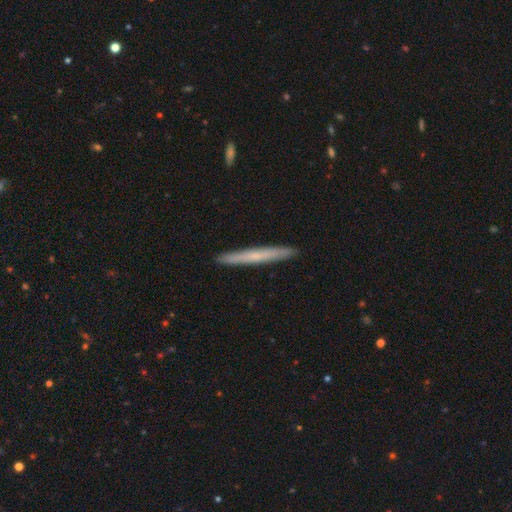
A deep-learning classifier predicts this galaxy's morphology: smooth-or-featured: smooth: 53% | featured or disk: 42% | star or artifact: 5%
  how-rounded: cigar-shaped: 97% | in between: 2% | round: 1%
  merging: none: 93% | minor disturbance: 5% | major disturbance: 1% | merger: 1%